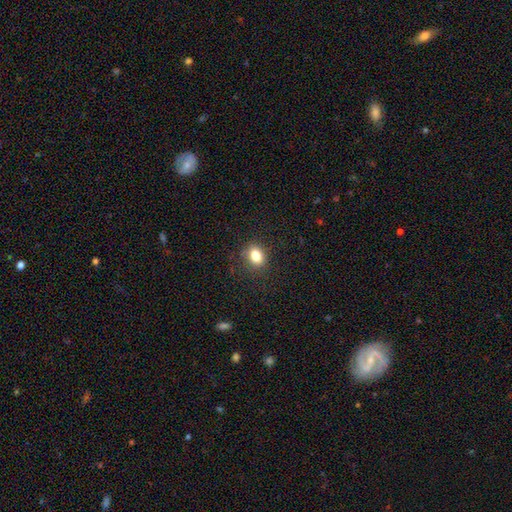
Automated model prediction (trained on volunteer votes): Overall: smooth (83%). How rounded: in between (61%; round 38%). Merging: none (85%).